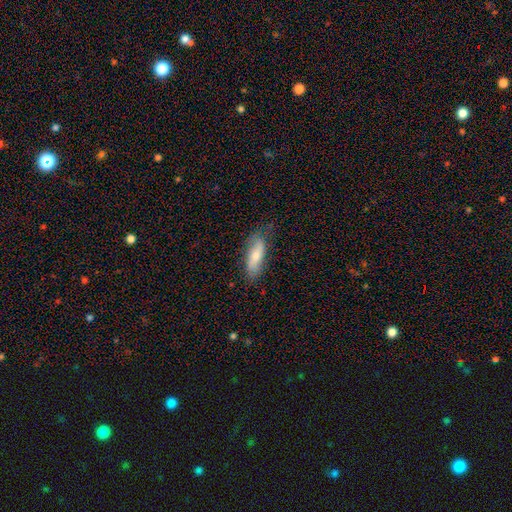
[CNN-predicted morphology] Overall: smooth (59%; featured or disk 35%). How rounded: in between (64%; cigar-shaped 34%). Merging: none (73%).